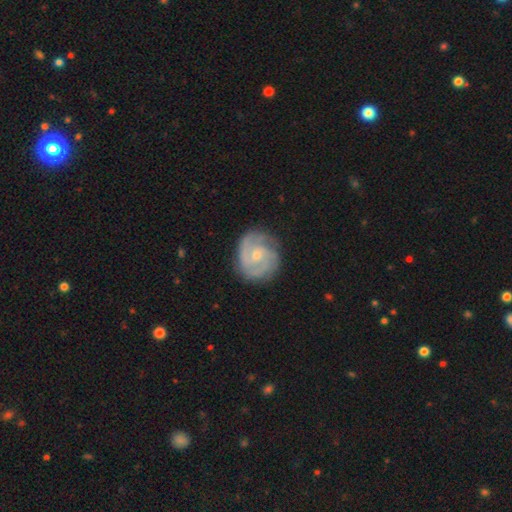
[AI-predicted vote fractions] Overall: featured or disk (84%). Edge-on disk: no (98%). Bar: no (61%; weak 34%). Spiral arms: yes (96%). Spiral arm count: 2 (37%; 3 35%). Spiral winding: tight (53%; medium 38%). Bulge size: small (53%; moderate 42%). Merging: none (77%).